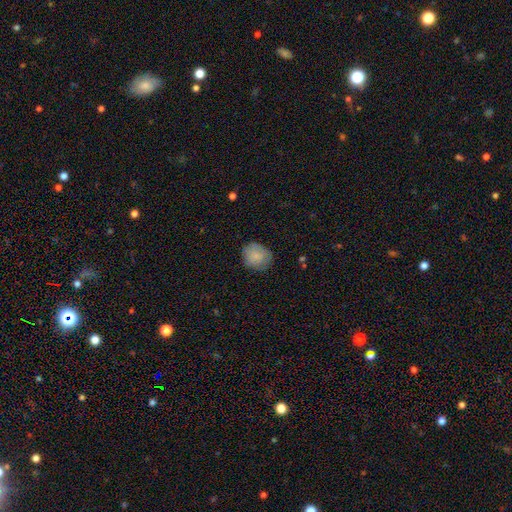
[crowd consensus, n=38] Smooth or featured? smooth (82%)
How rounded? in between (52%)
Merging? none (78%)